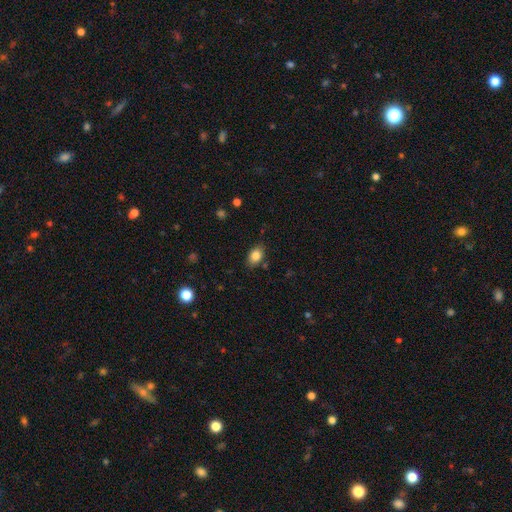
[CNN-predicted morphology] A smooth galaxy with no disk features (84%) that is in between round and cigar-shaped (79%).

Vote fractions:
- Smooth or featured? smooth: 84% / star or artifact: 9% / featured or disk: 7%
- How rounded? in between: 79% / round: 19% / cigar-shaped: 1%
- Merging? none: 80% / minor disturbance: 14% / major disturbance: 3% / merger: 3%